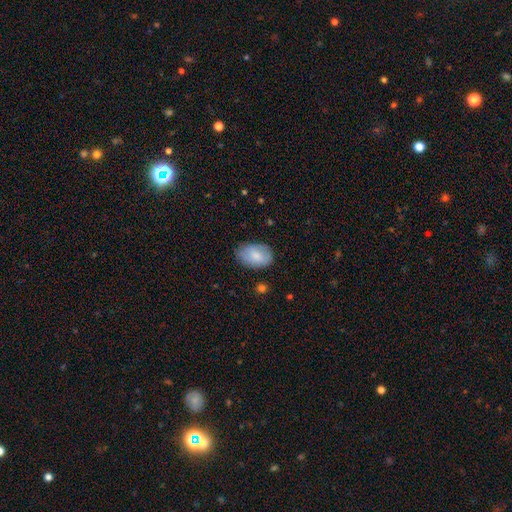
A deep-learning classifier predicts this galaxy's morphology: smooth 78%, featured or disk 16%, star or artifact 6%. Down the decision tree: how rounded — in between (90%); merging — none (74%).